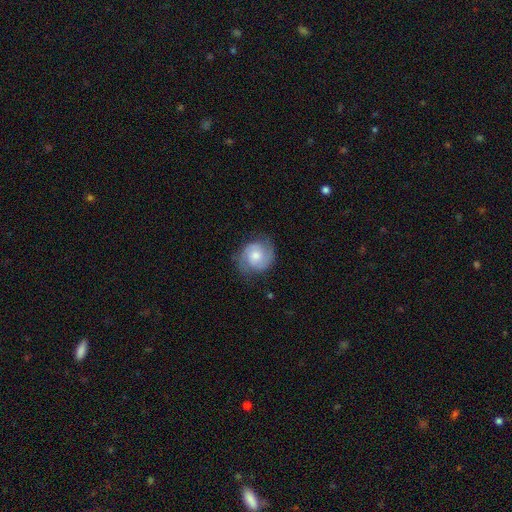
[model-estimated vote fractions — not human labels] Q: Smooth or featured?
A: featured or disk (63%); runner-up: smooth (30%)
Q: Edge-on disk?
A: no (97%); runner-up: yes (3%)
Q: Bar?
A: no (64%); runner-up: weak (31%)
Q: Spiral arms?
A: yes (92%); runner-up: no (8%)
Q: Spiral winding?
A: medium (45%); runner-up: tight (41%)
Q: Spiral arm count?
A: 2 (81%); runner-up: can't tell (10%)
Q: Bulge size?
A: moderate (58%); runner-up: small (30%)
Q: Merging?
A: none (74%); runner-up: minor disturbance (18%)